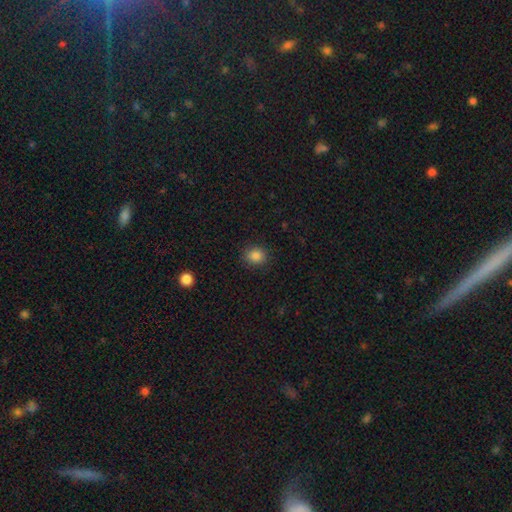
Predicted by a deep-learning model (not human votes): Smooth or featured? Predicted: smooth (p=0.85). How rounded? Predicted: round (p=0.75). Merging? Predicted: none (p=0.89).